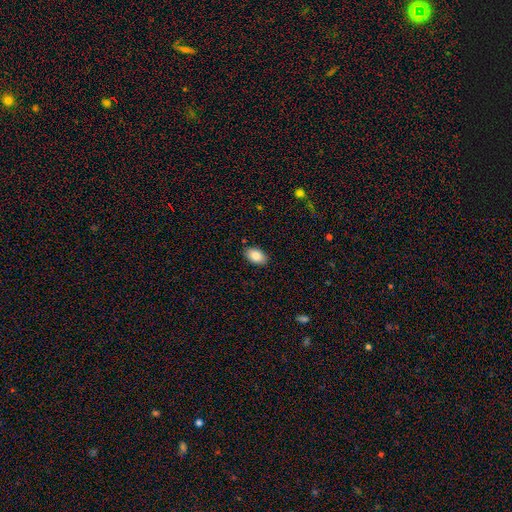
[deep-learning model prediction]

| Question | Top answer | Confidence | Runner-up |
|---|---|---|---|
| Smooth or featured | smooth | 86% | featured or disk (7%) |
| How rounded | in between | 91% | round (7%) |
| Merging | none | 87% | minor disturbance (9%) |